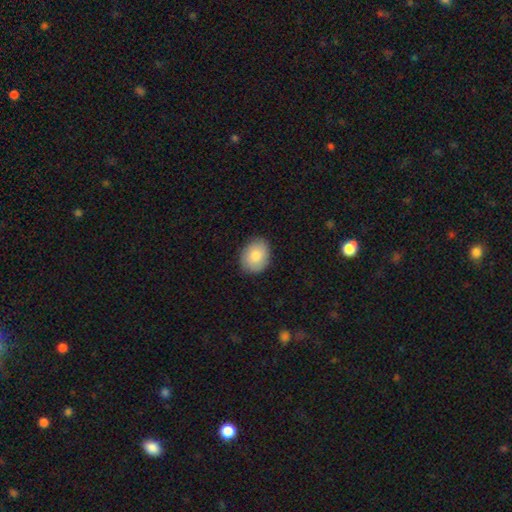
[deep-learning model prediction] Morphology: type=smooth (84%); roundness=in between (58%); merging=none (85%).